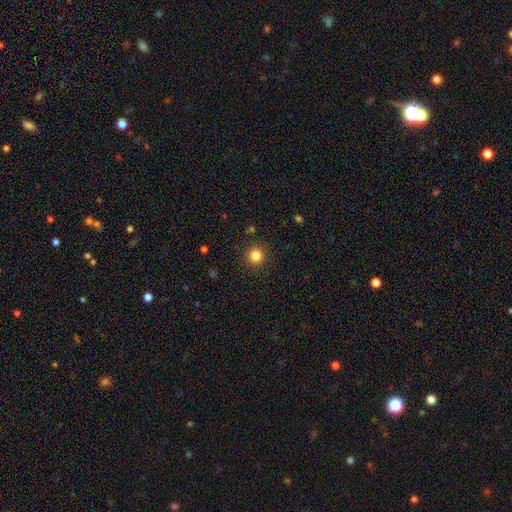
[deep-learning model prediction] This is clearly a smooth galaxy (83%). How rounded: clearly round (94%). Merging: clearly none (91%).